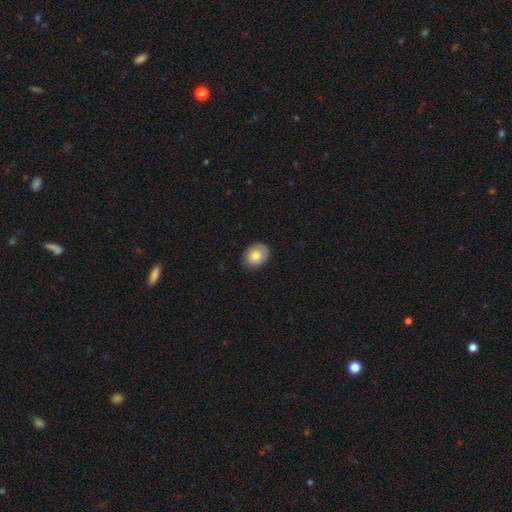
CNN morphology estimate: Smooth or featured: smooth — 74% (featured or disk — 19%)
How rounded: in between — 50% (round — 49%)
Merging: none — 82% (minor disturbance — 14%)